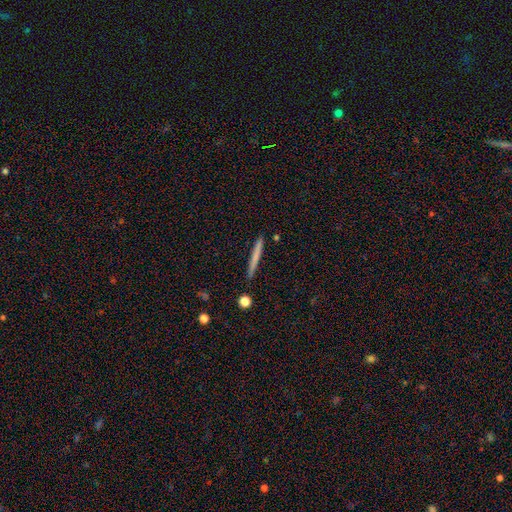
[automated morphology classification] This is likely a smooth galaxy (67%). How rounded: clearly cigar-shaped (97%). Merging: clearly none (90%).